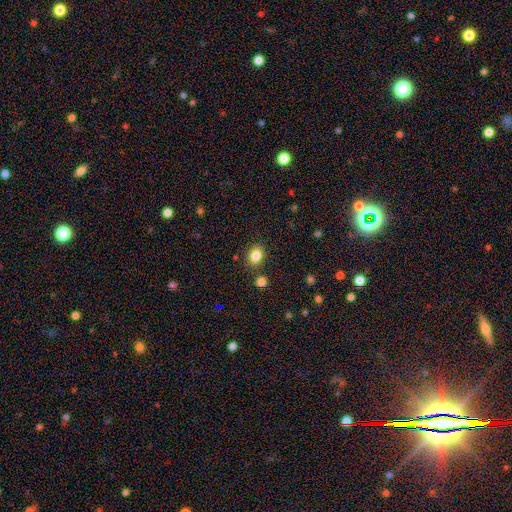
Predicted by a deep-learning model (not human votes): This is clearly a smooth galaxy (84%). How rounded: likely in between (66%). Merging: clearly none (82%).